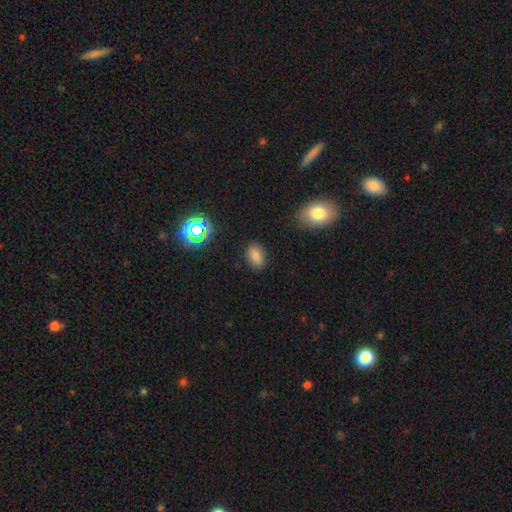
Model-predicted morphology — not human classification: A smooth galaxy with no disk features (79%) that is in between round and cigar-shaped (83%).

Vote fractions:
- Smooth or featured? smooth: 79% / star or artifact: 15% / featured or disk: 6%
- How rounded? in between: 83% / round: 15% / cigar-shaped: 1%
- Merging? none: 85% / minor disturbance: 10% / major disturbance: 3% / merger: 1%